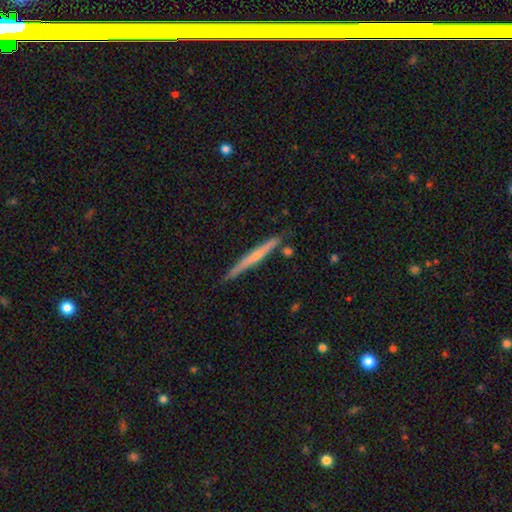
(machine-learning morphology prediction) Smooth or featured: featured or disk — 57% (smooth — 38%)
Edge-on disk: yes — 97% (no — 3%)
Edge-on bulge: none — 49% (rounded — 46%)
Merging: none — 86% (minor disturbance — 10%)